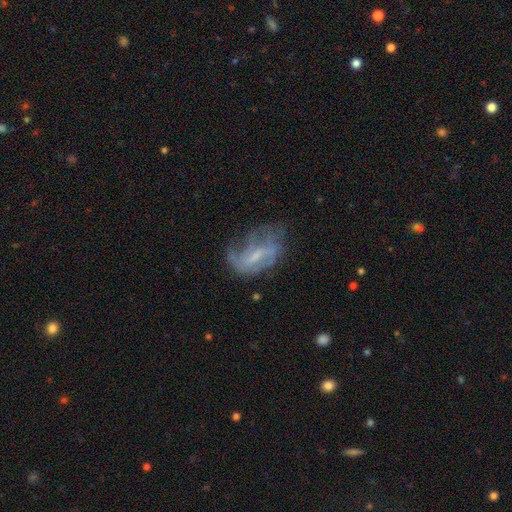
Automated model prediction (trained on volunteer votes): smooth_or_featured: featured or disk (p=0.66) [alt: smooth p=0.24]
disk_edge_on: no (p=0.95) [alt: yes p=0.05]
bar: weak (p=0.48) [alt: no p=0.32]
has_spiral_arms: yes (p=0.68) [alt: no p=0.32]
bulge_size: small (p=0.47) [alt: none p=0.27]
merging: none (p=0.44) [alt: major disturbance p=0.27]